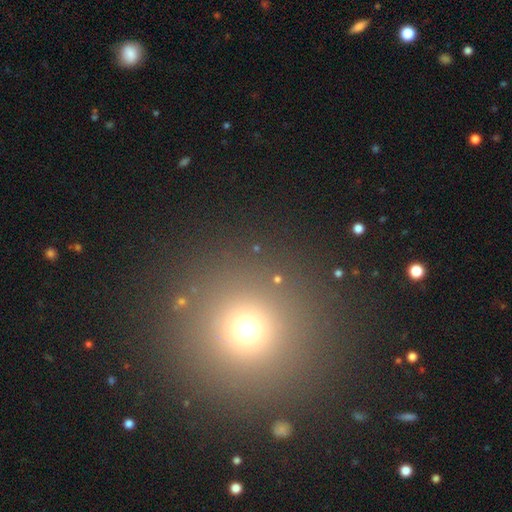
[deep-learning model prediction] Smooth or featured? smooth (62%)
How rounded? round (95%)
Merging? none (89%)